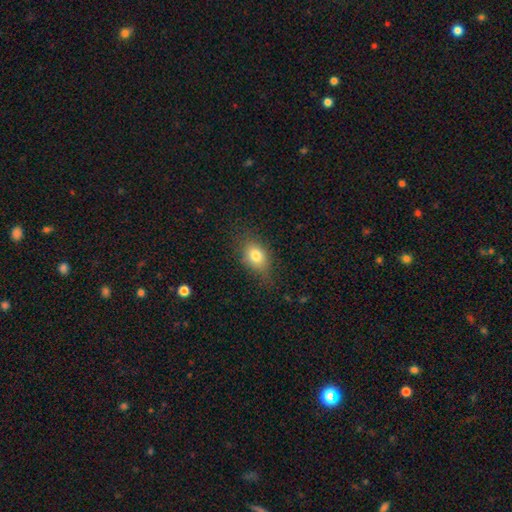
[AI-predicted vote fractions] This appears to be a smooth galaxy with no disk features (78%) that is in between round and cigar-shaped (69%). Merging: none (72%).